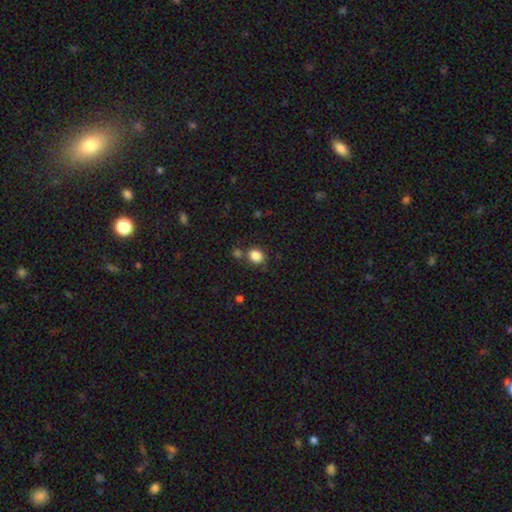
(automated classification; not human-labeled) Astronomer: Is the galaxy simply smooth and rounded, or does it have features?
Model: smooth — 85%.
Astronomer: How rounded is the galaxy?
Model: round — 66%.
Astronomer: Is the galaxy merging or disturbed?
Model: none — 72%.